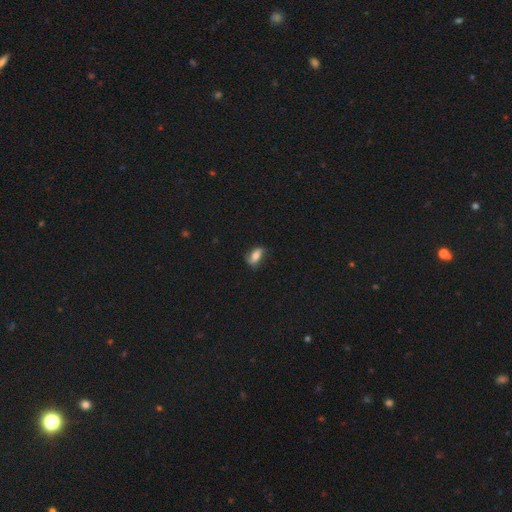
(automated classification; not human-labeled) smooth-or-featured: smooth: 65% | featured or disk: 27% | star or artifact: 9%
  how-rounded: in between: 83% | cigar-shaped: 12% | round: 5%
  merging: none: 65% | minor disturbance: 25% | major disturbance: 7% | merger: 2%